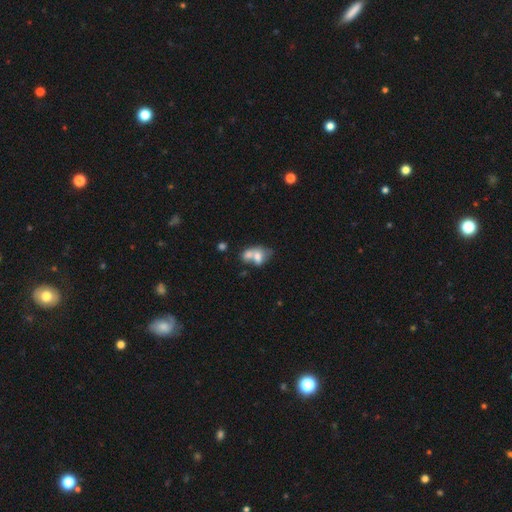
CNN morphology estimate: A smooth galaxy with no disk features (66%) that is in between round and cigar-shaped (76%).

Vote fractions:
- Smooth or featured? smooth: 66% / featured or disk: 25% / star or artifact: 9%
- How rounded? in between: 76% / round: 22% / cigar-shaped: 2%
- Merging? merger: 67% / none: 18% / minor disturbance: 9% / major disturbance: 7%